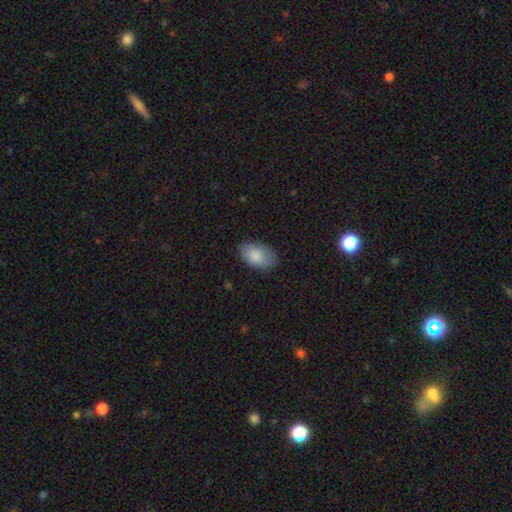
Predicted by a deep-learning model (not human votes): Overall: smooth (86%). How rounded: in between (93%). Merging: none (80%).